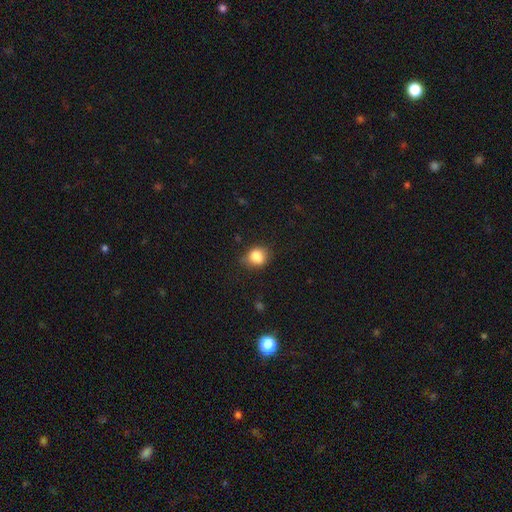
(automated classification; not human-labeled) This is clearly a smooth galaxy (84%). How rounded: likely round (63%). Merging: likely none (71%).